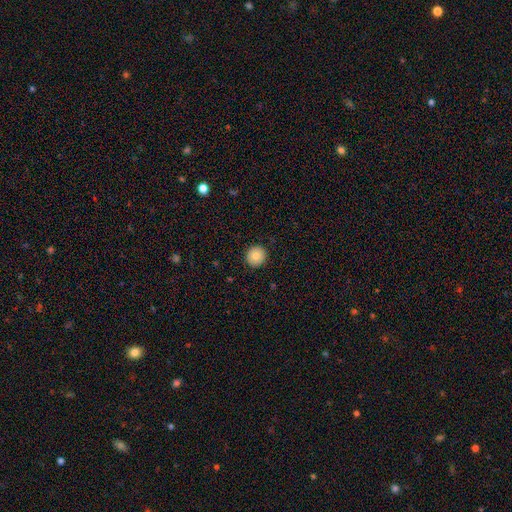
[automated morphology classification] Smooth or featured: smooth — 83% (featured or disk — 9%)
How rounded: round — 94% (in between — 5%)
Merging: none — 92% (minor disturbance — 6%)